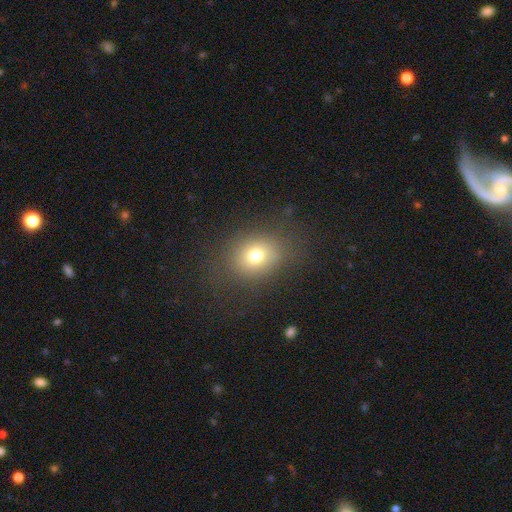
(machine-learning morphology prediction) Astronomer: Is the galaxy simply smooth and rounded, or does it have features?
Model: smooth — 72%.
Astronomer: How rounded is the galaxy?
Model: round — 55% (runner-up: in between, 44%).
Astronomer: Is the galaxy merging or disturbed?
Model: none — 77%.